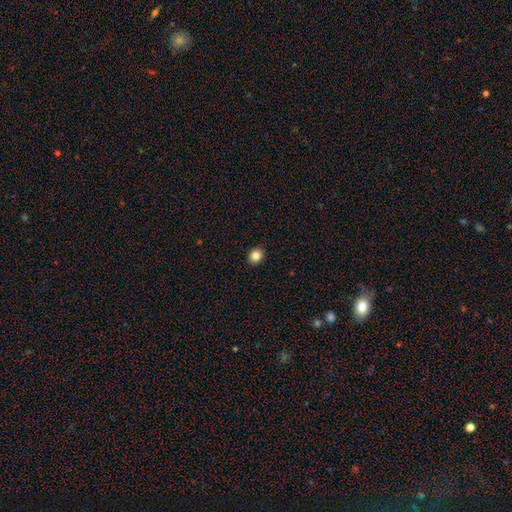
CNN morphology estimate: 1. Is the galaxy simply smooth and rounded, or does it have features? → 84% smooth, 11% star or artifact, 6% featured or disk.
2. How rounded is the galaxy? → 58% round, 41% in between, 1% cigar-shaped.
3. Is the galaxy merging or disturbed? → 91% none, 6% minor disturbance, 2% major disturbance, 1% merger.